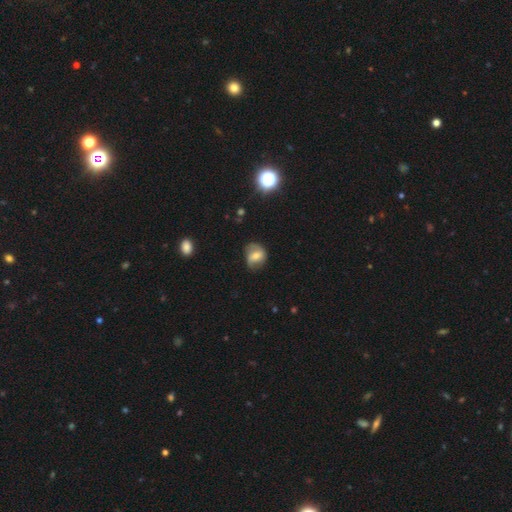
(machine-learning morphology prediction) Smooth or featured? Predicted: smooth (p=0.46). Merging? Predicted: none (p=0.61).